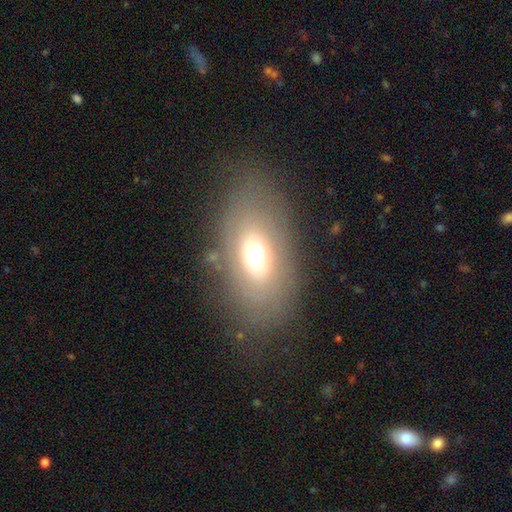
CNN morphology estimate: Smooth or featured?
  - smooth: 52% *
  - featured or disk: 36%
  - star or artifact: 12%
How rounded?
  - in between: 85% *
  - round: 11%
  - cigar-shaped: 3%
Merging?
  - none: 75% *
  - minor disturbance: 14%
  - major disturbance: 9%
  - merger: 2%